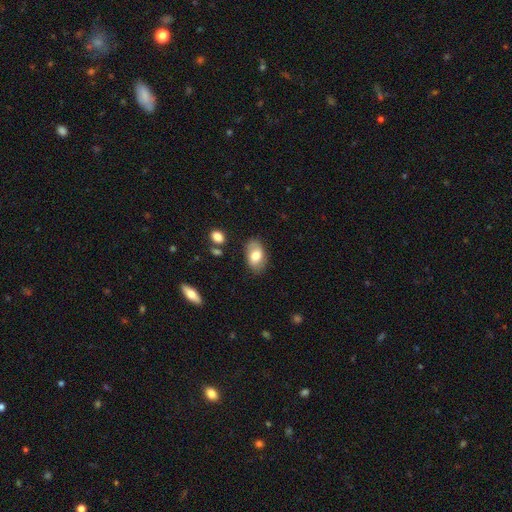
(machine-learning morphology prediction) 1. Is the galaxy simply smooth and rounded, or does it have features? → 72% smooth, 21% featured or disk, 7% star or artifact.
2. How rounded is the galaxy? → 91% in between, 7% round, 2% cigar-shaped.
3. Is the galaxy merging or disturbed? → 78% none, 16% minor disturbance, 4% major disturbance, 2% merger.